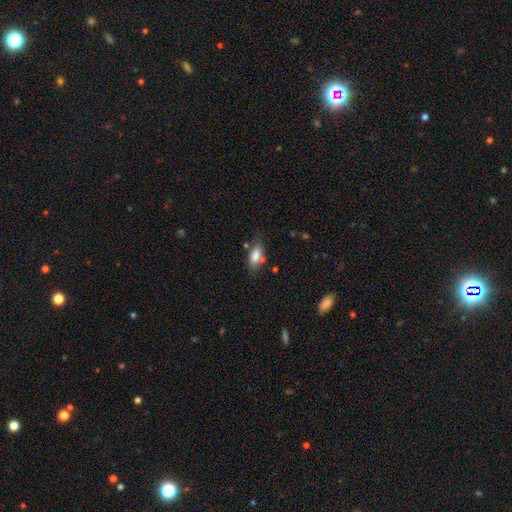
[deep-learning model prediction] Smooth or featured?
  - smooth: 78% *
  - featured or disk: 14%
  - star or artifact: 8%
How rounded?
  - in between: 81% *
  - cigar-shaped: 16%
  - round: 3%
Merging?
  - none: 64% *
  - minor disturbance: 21%
  - merger: 8%
  - major disturbance: 7%